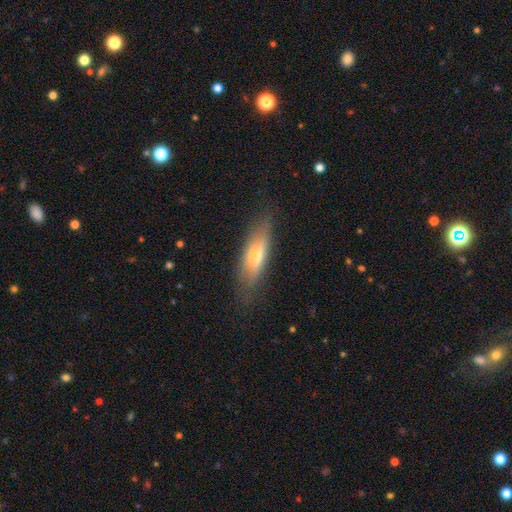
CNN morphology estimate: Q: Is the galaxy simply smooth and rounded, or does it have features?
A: smooth — 57%.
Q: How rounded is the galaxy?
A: cigar-shaped — 50%.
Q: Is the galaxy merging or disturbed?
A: none — 78%.